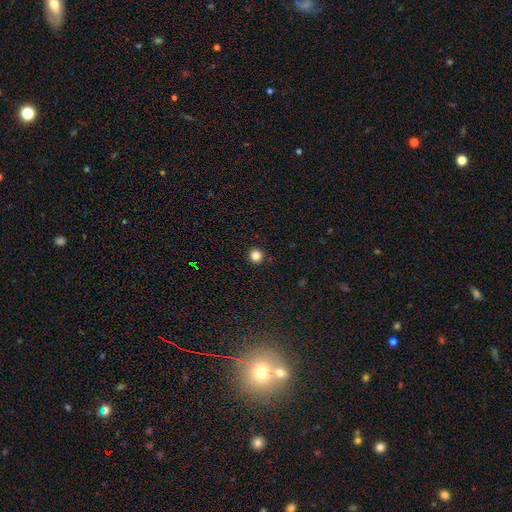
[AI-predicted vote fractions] A smooth galaxy with no disk features (84%) that is round (96%). Merging: none (93%).